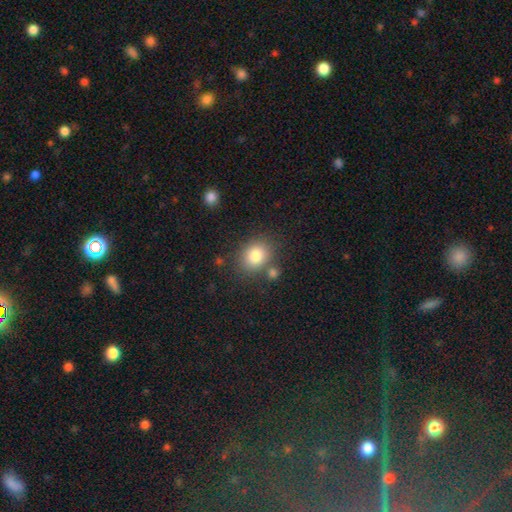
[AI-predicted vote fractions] Smooth or featured? smooth (82%)
How rounded? round (52%)
Merging? none (73%)